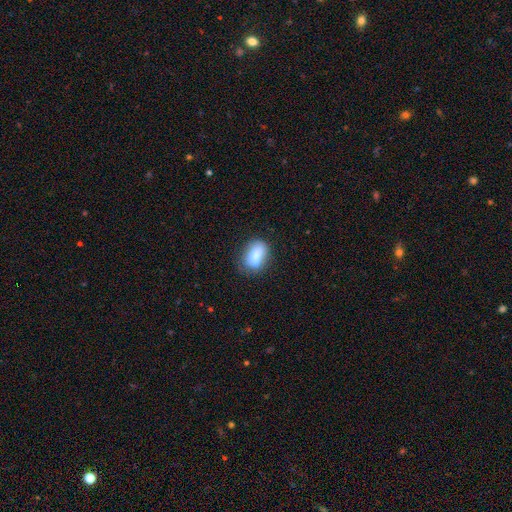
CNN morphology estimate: A smooth galaxy with no disk features (81%) that is in between round and cigar-shaped (84%).

Vote fractions:
- Smooth or featured? smooth: 81% / featured or disk: 10% / star or artifact: 8%
- How rounded? in between: 84% / round: 11% / cigar-shaped: 5%
- Merging? none: 65% / minor disturbance: 24% / major disturbance: 7% / merger: 4%